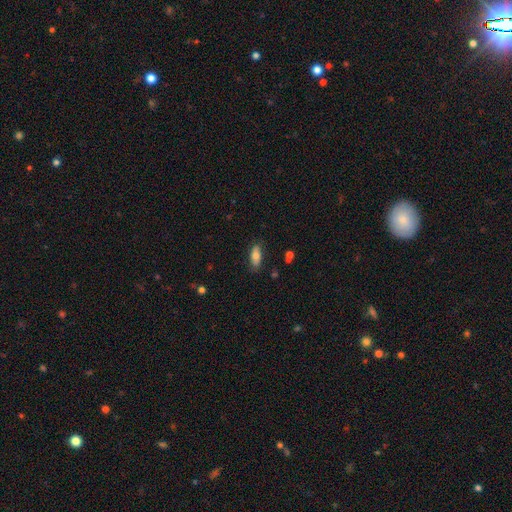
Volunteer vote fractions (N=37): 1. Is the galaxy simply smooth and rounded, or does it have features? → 76% smooth, 16% featured or disk, 8% star or artifact.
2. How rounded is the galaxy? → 68% in between, 25% cigar-shaped, 7% round.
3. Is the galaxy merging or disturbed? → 82% none, 12% minor disturbance, 3% major disturbance, 3% merger.